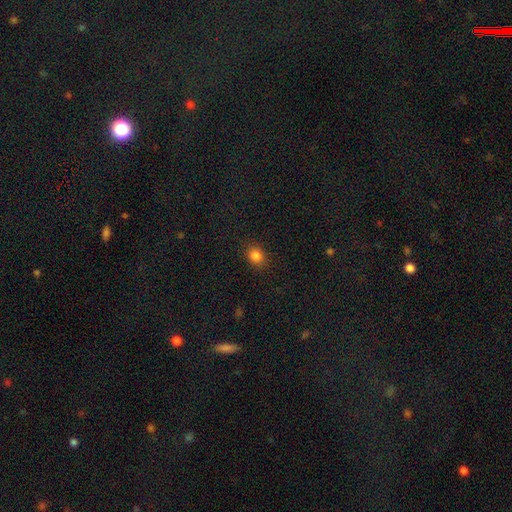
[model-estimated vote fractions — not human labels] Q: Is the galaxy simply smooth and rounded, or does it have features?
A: smooth — 84%.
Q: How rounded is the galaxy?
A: round — 66%.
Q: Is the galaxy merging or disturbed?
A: none — 88%.